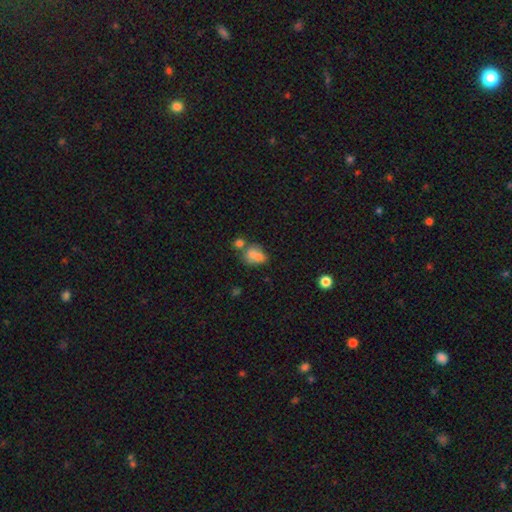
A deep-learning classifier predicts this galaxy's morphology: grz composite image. It shows a smooth galaxy with no disk features (74%) that is in between round and cigar-shaped (72%). Merging: merger (41%).